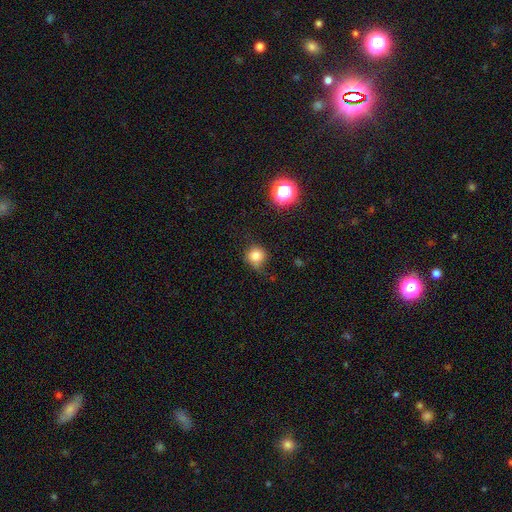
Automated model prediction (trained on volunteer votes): This appears to be a smooth galaxy with no disk features (79%) that is round (86%). Merging: none (58%).